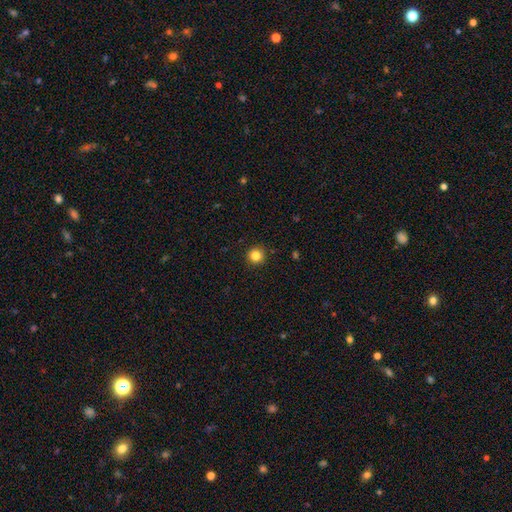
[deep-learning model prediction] Overall: smooth (83%). How rounded: round (95%). Merging: none (92%).